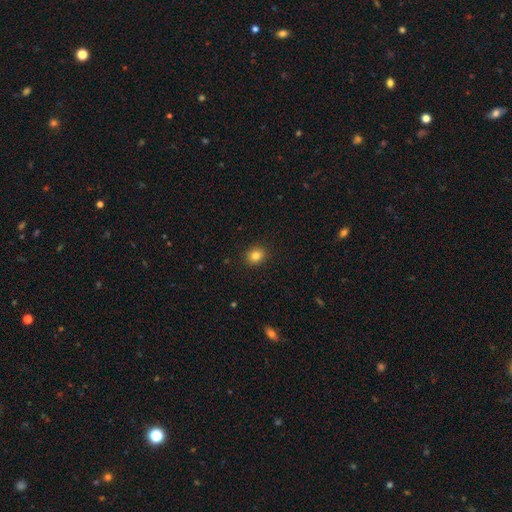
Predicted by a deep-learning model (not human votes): Smooth or featured: smooth — 83% (star or artifact — 11%)
How rounded: round — 63% (in between — 36%)
Merging: none — 91% (minor disturbance — 6%)